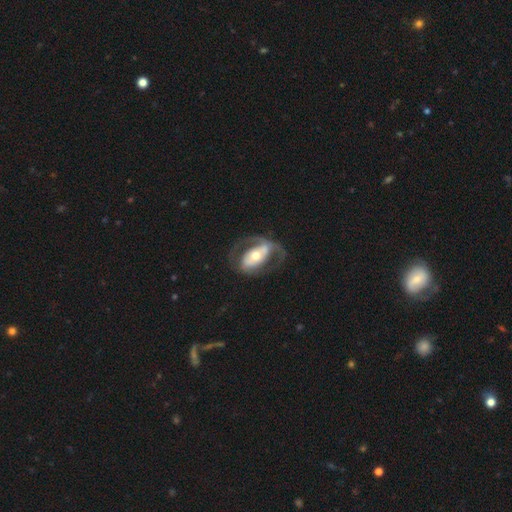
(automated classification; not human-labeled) Smooth or featured: featured or disk — 73% (smooth — 22%)
Edge-on disk: no — 93% (yes — 7%)
Bar: no — 40% (strong — 36%)
Spiral arms: yes — 62% (no — 38%)
Bulge size: moderate — 66% (small — 19%)
Merging: none — 54% (major disturbance — 26%)